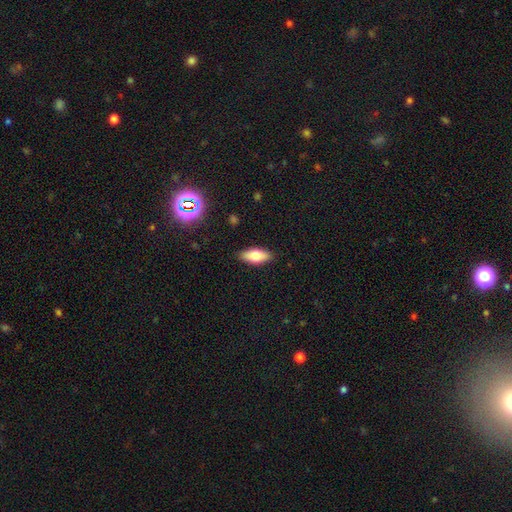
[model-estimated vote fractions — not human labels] The model was most divided on "smooth or featured": smooth: 72%, featured or disk: 21%, star or artifact: 7%. More confident: merging — none (88%); how rounded — in between (80%).